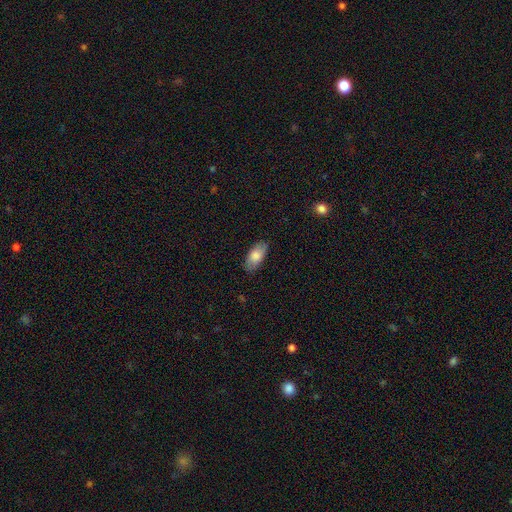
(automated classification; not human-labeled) This is likely a smooth galaxy (78%). How rounded: clearly in between (89%). Merging: clearly none (82%).